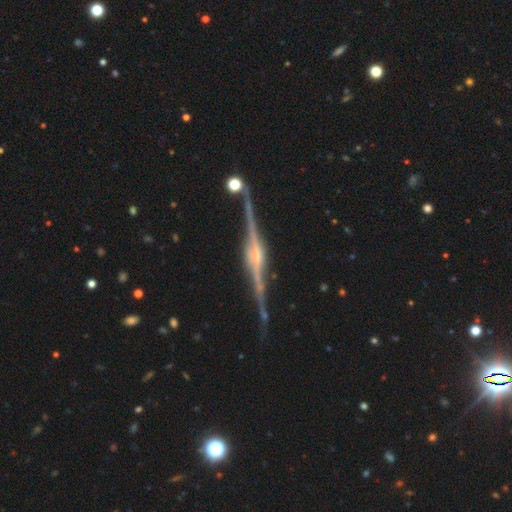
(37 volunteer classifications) Smooth or featured: featured or disk — 86% (smooth — 11%)
Edge-on disk: yes — 97% (no — 3%)
Edge-on bulge: boxy — 52% (rounded — 48%)
Merging: none — 72% (minor disturbance — 22%)